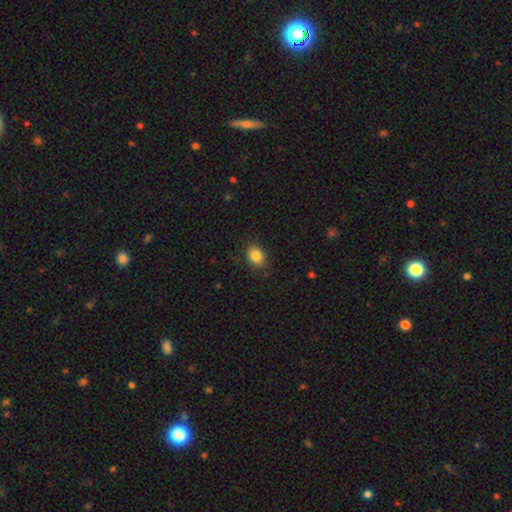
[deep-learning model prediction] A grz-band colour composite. It shows a smooth galaxy with no disk features (85%) that is in between round and cigar-shaped (62%). Merging: none (86%).